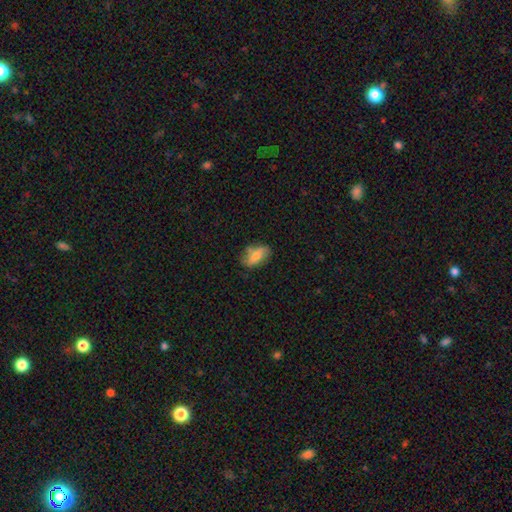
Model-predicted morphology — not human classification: smooth 69%, featured or disk 23%, star or artifact 8%. Down the decision tree: how rounded — in between (87%); merging — none (65%).